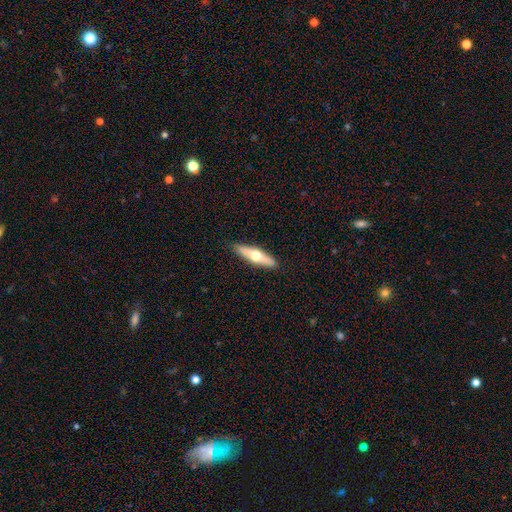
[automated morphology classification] Overall: featured or disk (48%; smooth 47%). Merging: none (89%).